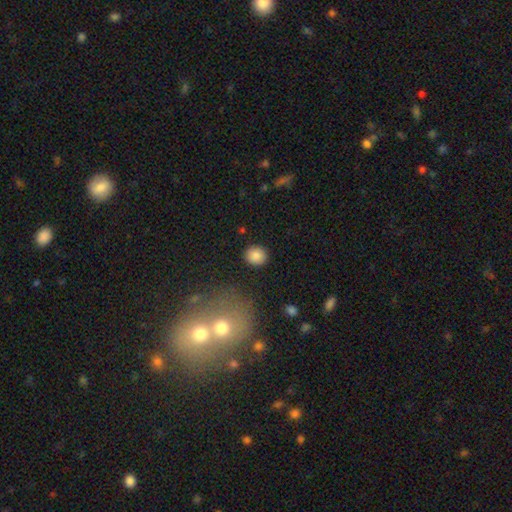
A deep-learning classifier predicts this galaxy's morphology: This appears to be a smooth galaxy with no disk features (85%) that is round (81%). Merging: none (89%).